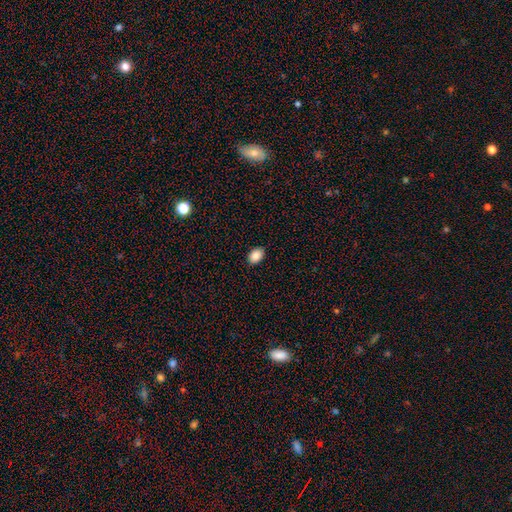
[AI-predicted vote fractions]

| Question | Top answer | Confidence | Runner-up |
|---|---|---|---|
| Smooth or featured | smooth | 89% | star or artifact (8%) |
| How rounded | in between | 83% | round (16%) |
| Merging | none | 88% | minor disturbance (9%) |